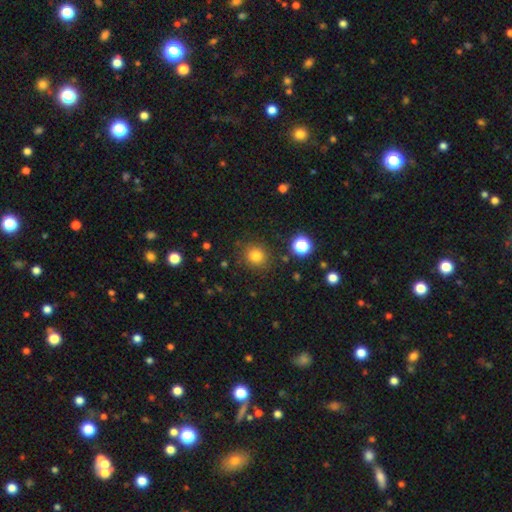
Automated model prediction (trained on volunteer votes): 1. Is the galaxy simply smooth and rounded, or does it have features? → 80% smooth, 14% star or artifact, 6% featured or disk.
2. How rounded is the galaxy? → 85% round, 14% in between, 1% cigar-shaped.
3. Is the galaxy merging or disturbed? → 85% none, 9% minor disturbance, 4% major disturbance, 3% merger.